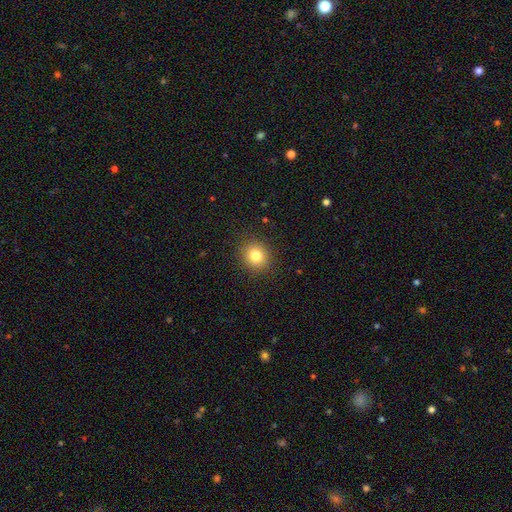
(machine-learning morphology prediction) Smooth or featured?
  - smooth: 81% *
  - star or artifact: 12%
  - featured or disk: 8%
How rounded?
  - round: 81% *
  - in between: 18%
  - cigar-shaped: 1%
Merging?
  - none: 90% *
  - minor disturbance: 7%
  - major disturbance: 2%
  - merger: 1%